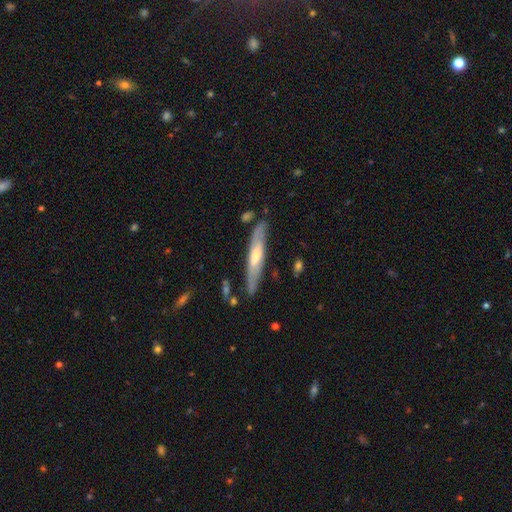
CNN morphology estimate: A featured or disk galaxy (57%) viewed edge-on (74%).

Vote fractions:
- Smooth or featured? featured or disk: 57% / smooth: 38% / star or artifact: 6%
- Edge-on disk? yes: 74% / no: 26%
- Merging? none: 81% / minor disturbance: 13% / major disturbance: 3% / merger: 3%